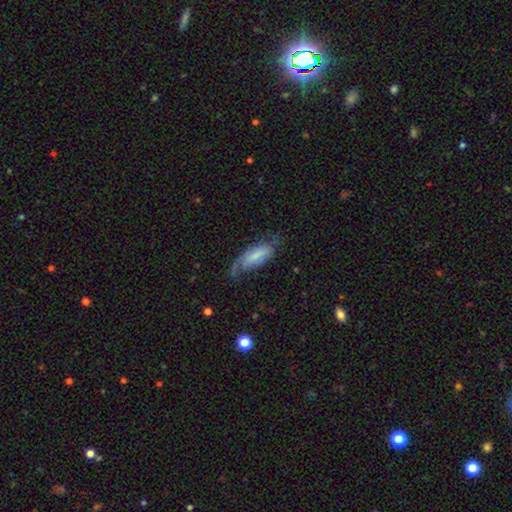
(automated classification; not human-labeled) featured or disk 48%, smooth 45%, star or artifact 7%. Down the decision tree: merging — none (47%).